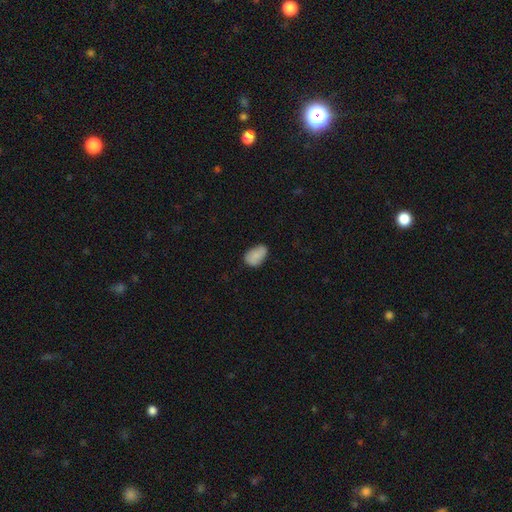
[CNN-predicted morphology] smooth-or-featured: smooth: 82% | featured or disk: 10% | star or artifact: 8%
  how-rounded: in between: 89% | round: 9% | cigar-shaped: 1%
  merging: none: 66% | minor disturbance: 27% | major disturbance: 5% | merger: 2%